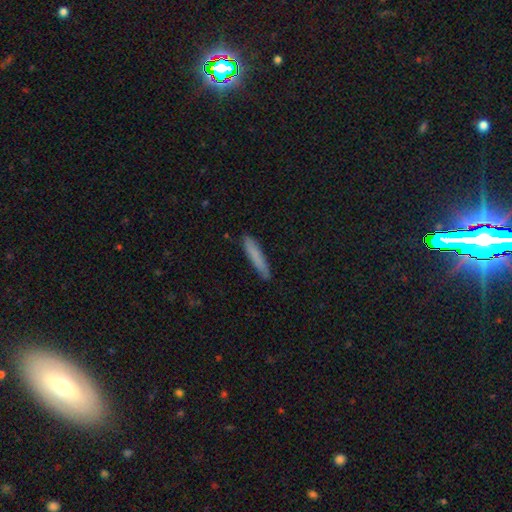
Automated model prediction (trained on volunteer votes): Smooth or featured: smooth — 80% (featured or disk — 14%)
How rounded: cigar-shaped — 93% (in between — 6%)
Merging: none — 88% (minor disturbance — 10%)